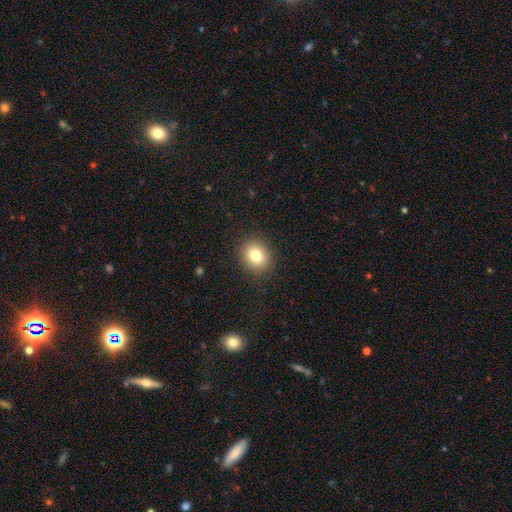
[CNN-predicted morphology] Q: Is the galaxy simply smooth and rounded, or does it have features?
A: smooth — 80%.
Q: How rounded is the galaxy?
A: round — 75%.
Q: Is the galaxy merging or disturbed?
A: none — 90%.